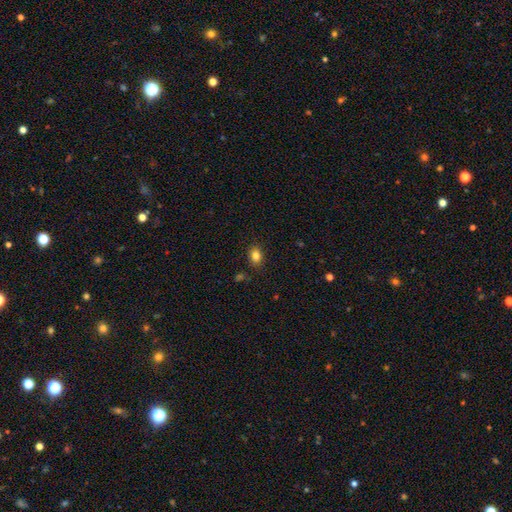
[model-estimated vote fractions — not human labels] Smooth or featured? Predicted: smooth (p=0.83). How rounded? Predicted: in between (p=0.62). Merging? Predicted: none (p=0.86).